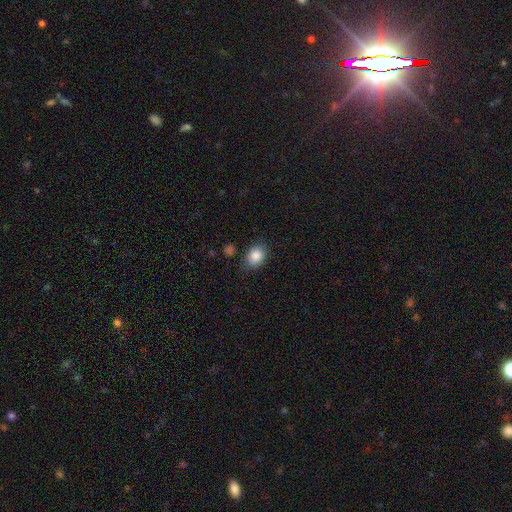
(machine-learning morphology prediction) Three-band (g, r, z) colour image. It shows a smooth galaxy with no disk features (86%) that is in between round and cigar-shaped (57%). Merging: none (78%).